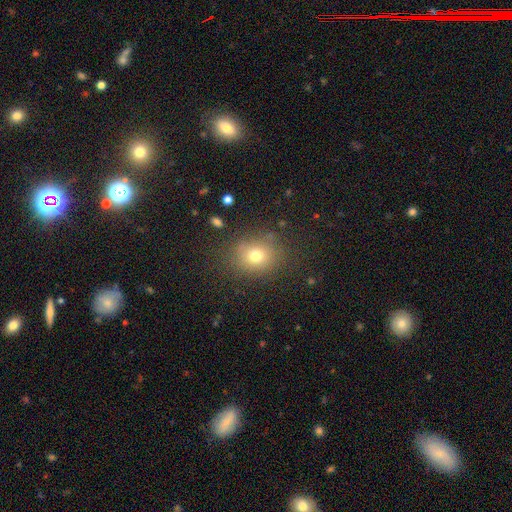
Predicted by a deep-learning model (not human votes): Smooth or featured? smooth (74%)
How rounded? round (70%)
Merging? none (80%)